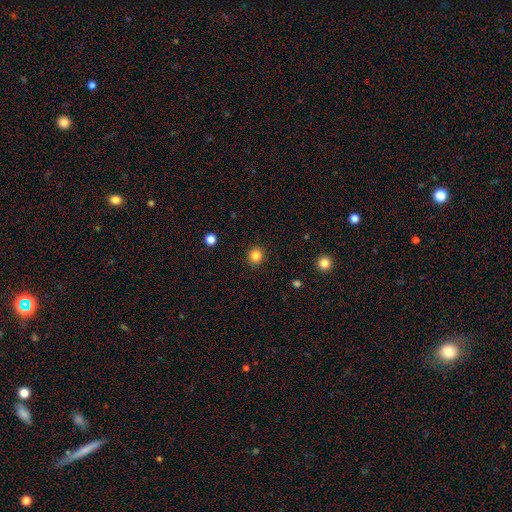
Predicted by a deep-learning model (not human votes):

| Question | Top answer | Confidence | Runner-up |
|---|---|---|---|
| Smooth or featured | smooth | 84% | star or artifact (12%) |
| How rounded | round | 90% | in between (9%) |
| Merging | none | 91% | minor disturbance (6%) |